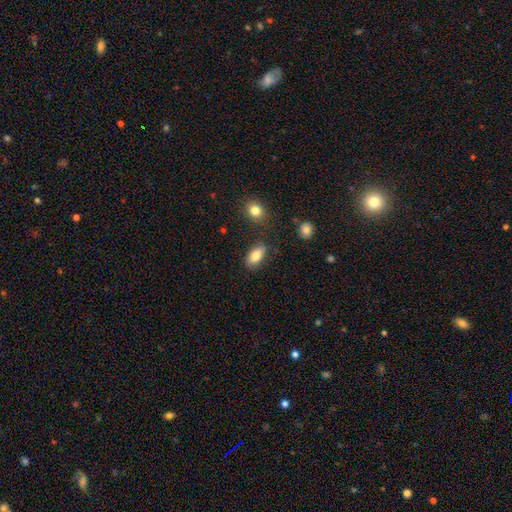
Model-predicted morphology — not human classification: type=smooth (82%); roundness=in between (91%); merging=none (81%).